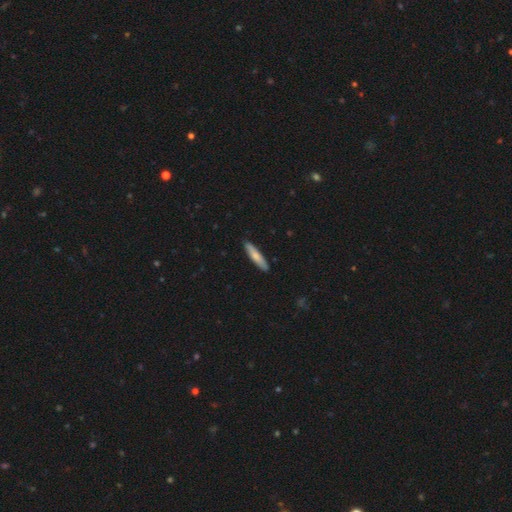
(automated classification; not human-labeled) smooth 74%, featured or disk 21%, star or artifact 5%. Down the decision tree: how rounded — cigar-shaped (85%); merging — none (90%).